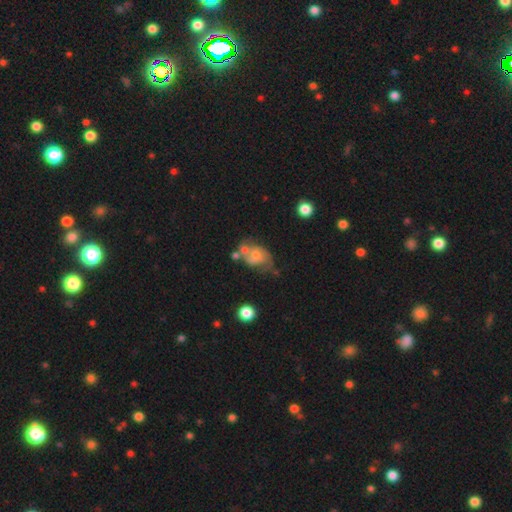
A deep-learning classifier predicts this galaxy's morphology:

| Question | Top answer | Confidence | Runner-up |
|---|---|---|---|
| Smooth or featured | featured or disk | 56% | smooth (35%) |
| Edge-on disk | no | 97% | yes (3%) |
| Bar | no | 72% | weak (24%) |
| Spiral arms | yes | 71% | no (29%) |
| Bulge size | small | 46% | moderate (27%) |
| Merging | none | 31% | minor disturbance (25%) |